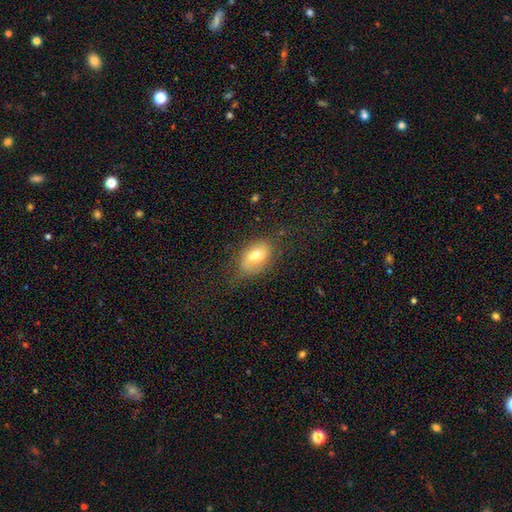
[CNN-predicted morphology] Q: Smooth or featured?
A: smooth (62%); runner-up: featured or disk (30%)
Q: How rounded?
A: in between (86%); runner-up: round (13%)
Q: Merging?
A: none (64%); runner-up: minor disturbance (25%)